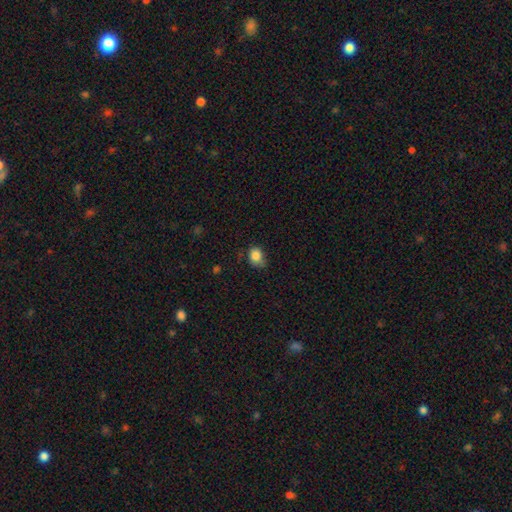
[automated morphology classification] smooth 84%, star or artifact 10%, featured or disk 6%. Down the decision tree: how rounded — round (51%); merging — none (56%).